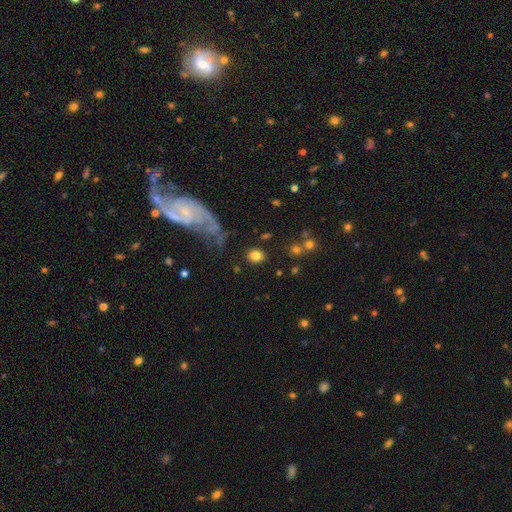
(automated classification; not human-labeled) smooth_or_featured: smooth (p=0.81) [alt: star or artifact p=0.10]
how_rounded: round (p=0.63) [alt: in between p=0.36]
merging: none (p=0.84) [alt: minor disturbance p=0.09]